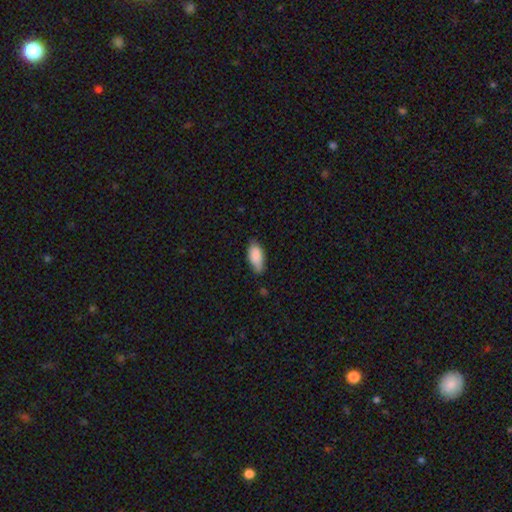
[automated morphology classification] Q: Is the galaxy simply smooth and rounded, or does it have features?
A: smooth — 87%.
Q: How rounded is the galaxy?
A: in between — 88%.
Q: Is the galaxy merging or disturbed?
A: none — 68%.